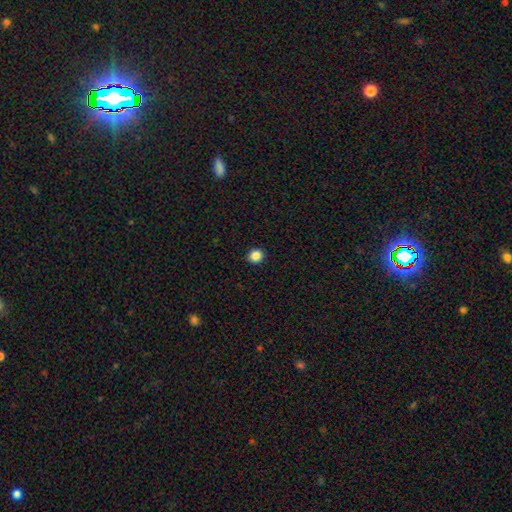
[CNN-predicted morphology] type=smooth (86%); roundness=round (91%); merging=none (93%).